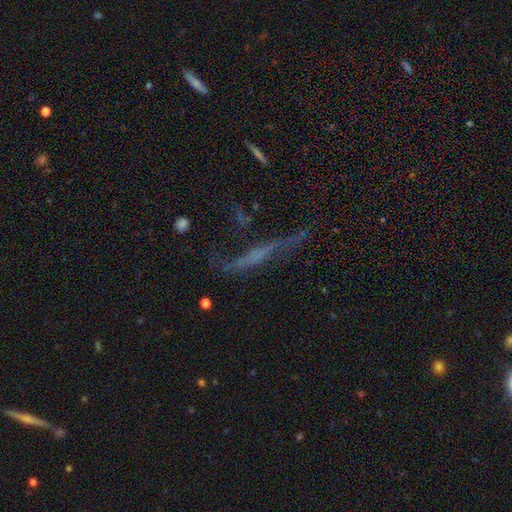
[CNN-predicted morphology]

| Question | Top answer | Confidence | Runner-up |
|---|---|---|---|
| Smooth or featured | featured or disk | 57% | smooth (23%) |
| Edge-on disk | yes | 63% | no (37%) |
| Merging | none | 50% | major disturbance (25%) |